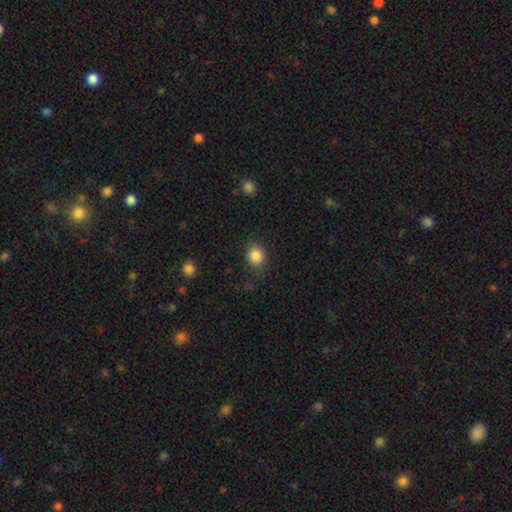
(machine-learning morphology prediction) Smooth or featured: smooth — 86% (star or artifact — 9%)
How rounded: round — 76% (in between — 23%)
Merging: none — 81% (minor disturbance — 13%)